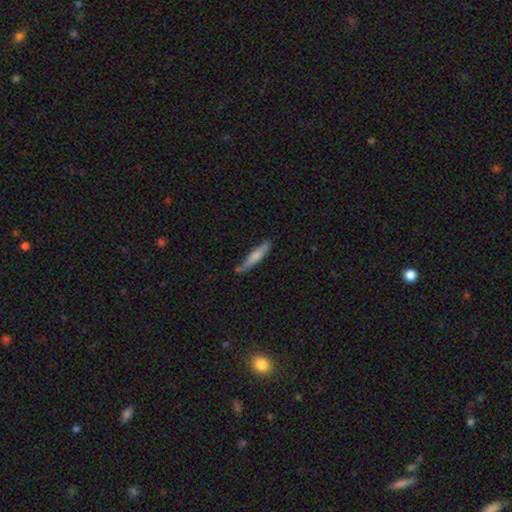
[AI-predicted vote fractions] This is likely a smooth galaxy (71%). How rounded: clearly cigar-shaped (87%). Merging: likely none (68%).